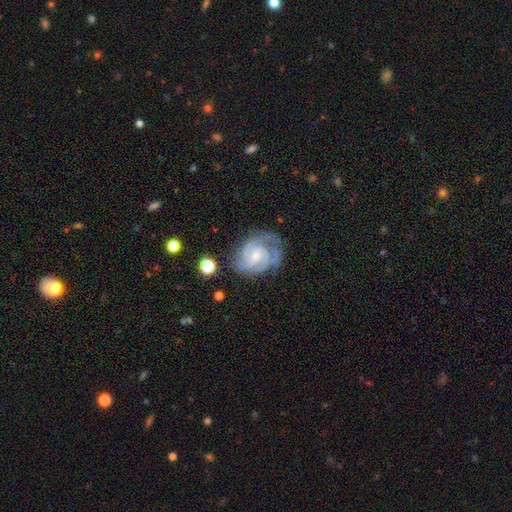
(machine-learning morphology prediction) The model was most divided on "bar": no: 55%, weak: 37%, strong: 7%. Remaining: edge-on disk — no (98%); spiral arms — yes (98%); smooth or featured — featured or disk (90%); merging — none (70%); spiral winding — tight (62%); bulge size — small (59%); spiral arm count — 3 (48%).